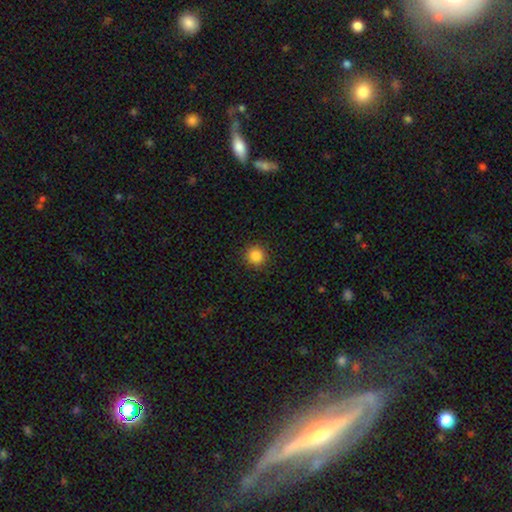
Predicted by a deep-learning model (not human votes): Smooth or featured: smooth — 85% (star or artifact — 11%)
How rounded: round — 93% (in between — 6%)
Merging: none — 91% (minor disturbance — 6%)